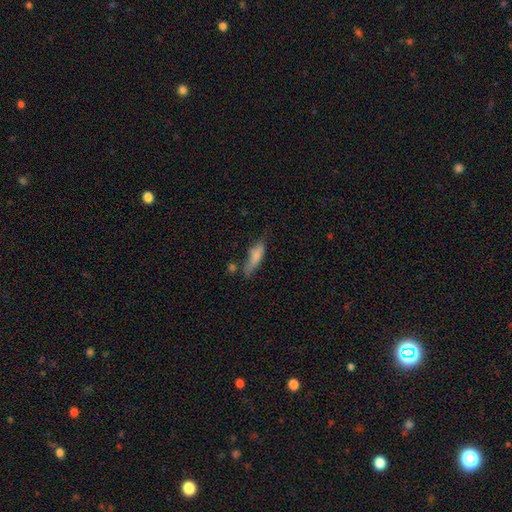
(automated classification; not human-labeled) The model was most divided on "how rounded": cigar-shaped: 56%, in between: 41%, round: 2%. Remaining: smooth or featured — smooth (76%); merging — none (47%).